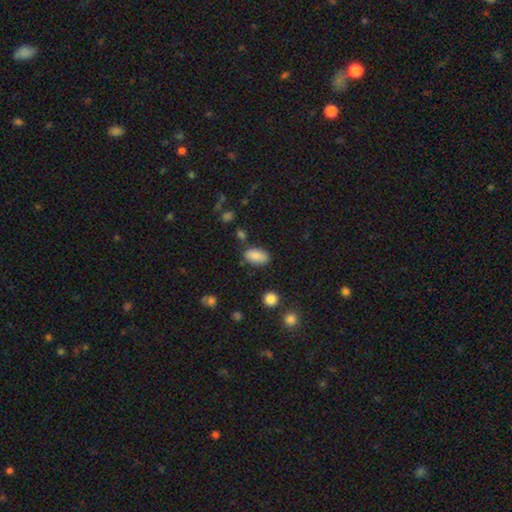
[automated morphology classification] This appears to be a smooth galaxy with no disk features (86%) that is in between round and cigar-shaped (93%). Merging: none (78%).